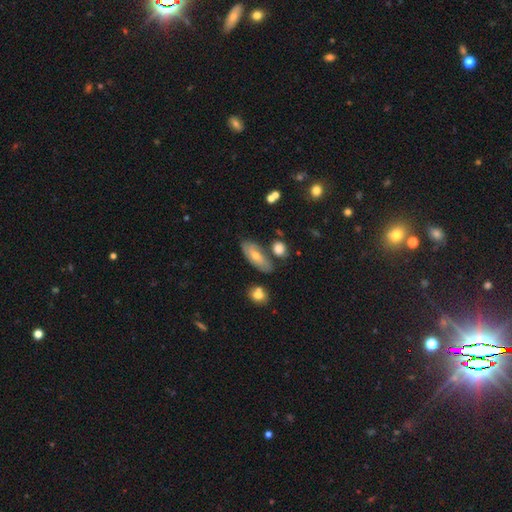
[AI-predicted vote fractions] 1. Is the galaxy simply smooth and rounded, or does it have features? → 55% smooth, 38% featured or disk, 7% star or artifact.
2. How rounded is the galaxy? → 79% in between, 17% cigar-shaped, 4% round.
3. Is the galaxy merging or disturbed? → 68% none, 18% minor disturbance, 10% merger, 4% major disturbance.